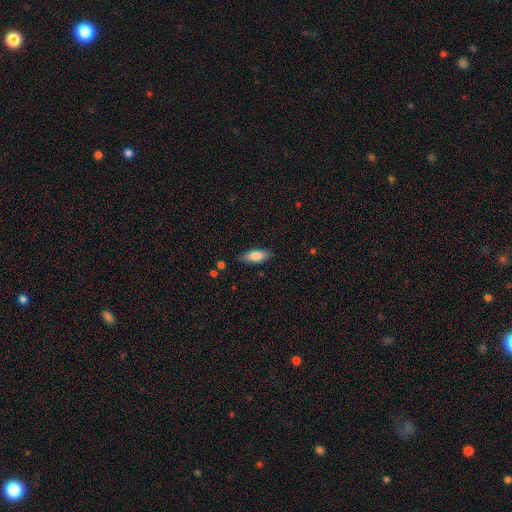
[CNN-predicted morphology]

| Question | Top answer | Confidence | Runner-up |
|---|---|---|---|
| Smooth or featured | smooth | 83% | featured or disk (11%) |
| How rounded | in between | 75% | cigar-shaped (23%) |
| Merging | none | 82% | minor disturbance (13%) |